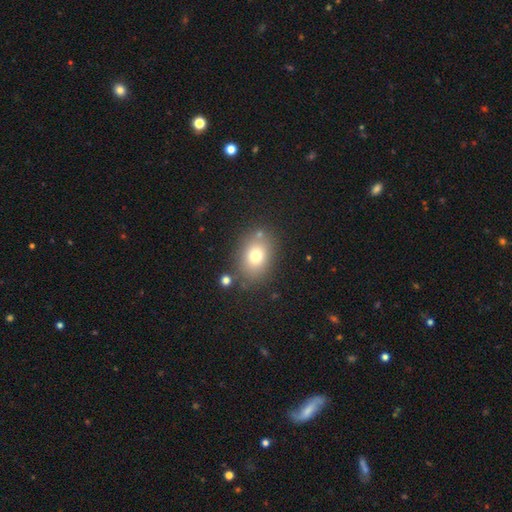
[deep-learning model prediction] Smooth or featured?
  - smooth: 74% *
  - featured or disk: 14%
  - star or artifact: 12%
How rounded?
  - in between: 66% *
  - round: 33%
  - cigar-shaped: 1%
Merging?
  - none: 77% *
  - minor disturbance: 12%
  - merger: 6%
  - major disturbance: 4%